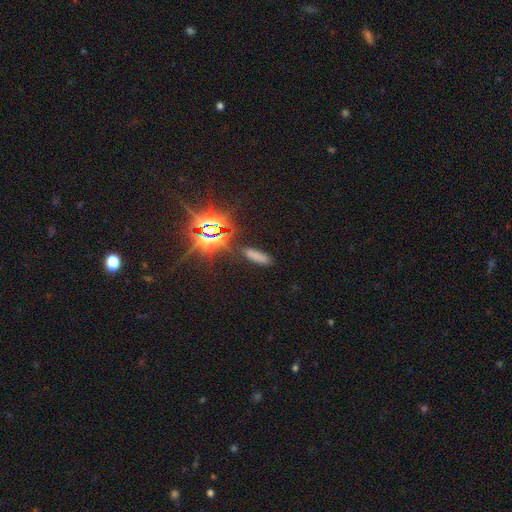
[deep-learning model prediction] Morphology: type=smooth (61%); roundness=cigar-shaped (55%); merging=none (84%).